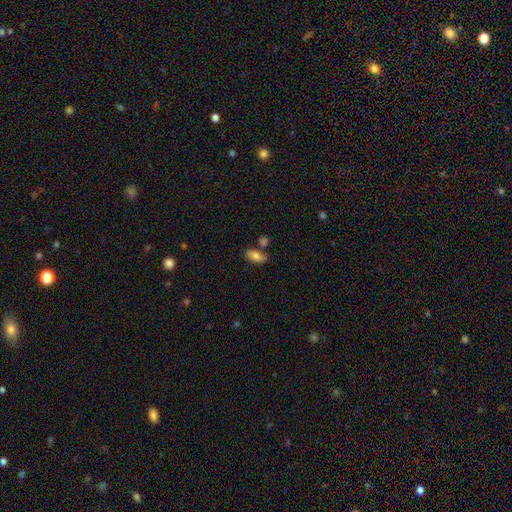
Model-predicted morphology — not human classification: type=smooth (79%); roundness=in between (90%); merging=none (69%).